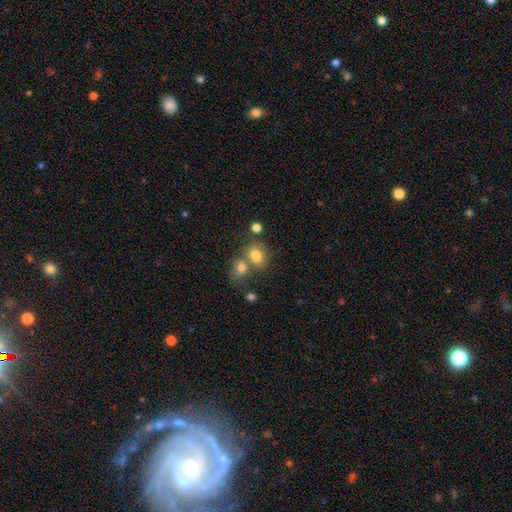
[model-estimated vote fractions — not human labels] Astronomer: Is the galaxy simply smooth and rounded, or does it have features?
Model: smooth — 79%.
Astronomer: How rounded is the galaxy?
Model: in between — 54% (runner-up: round, 45%).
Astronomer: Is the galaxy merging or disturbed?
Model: none — 44% (runner-up: merger, 40%).